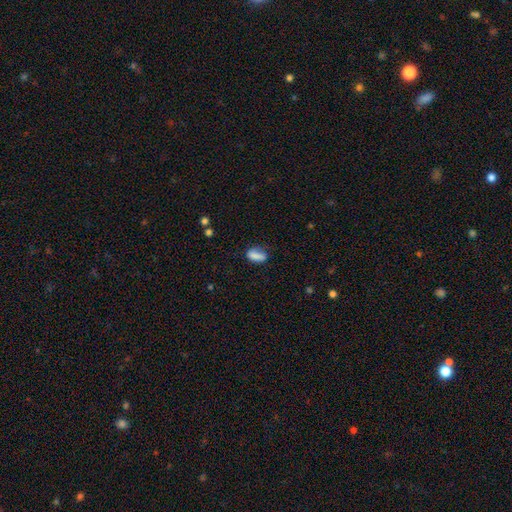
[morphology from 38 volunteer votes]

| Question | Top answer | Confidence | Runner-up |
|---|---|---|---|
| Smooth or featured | smooth | 95% | star or artifact (5%) |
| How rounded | in between | 72% | cigar-shaped (25%) |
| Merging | none | 69% | minor disturbance (19%) |